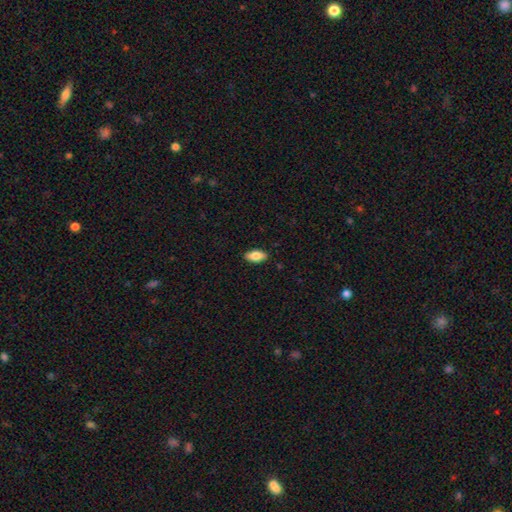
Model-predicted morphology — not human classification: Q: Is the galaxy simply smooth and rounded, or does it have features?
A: smooth — 81%.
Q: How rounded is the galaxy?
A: in between — 91%.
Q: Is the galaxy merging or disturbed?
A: none — 89%.